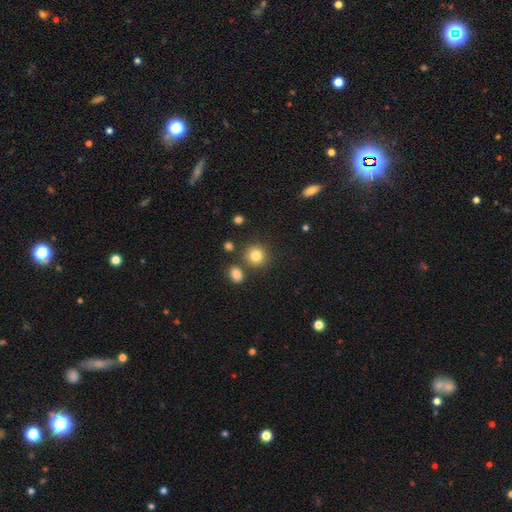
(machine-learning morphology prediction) This is clearly a smooth galaxy (83%). How rounded: clearly round (87%). Merging: likely none (80%).